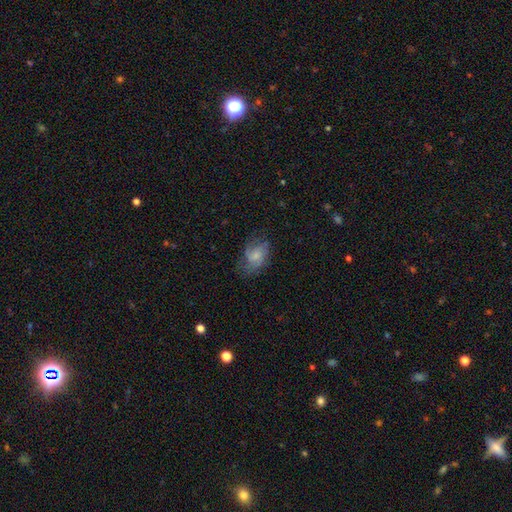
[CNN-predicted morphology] Q: Smooth or featured?
A: featured or disk (49%); runner-up: smooth (42%)
Q: Merging?
A: none (55%); runner-up: minor disturbance (26%)